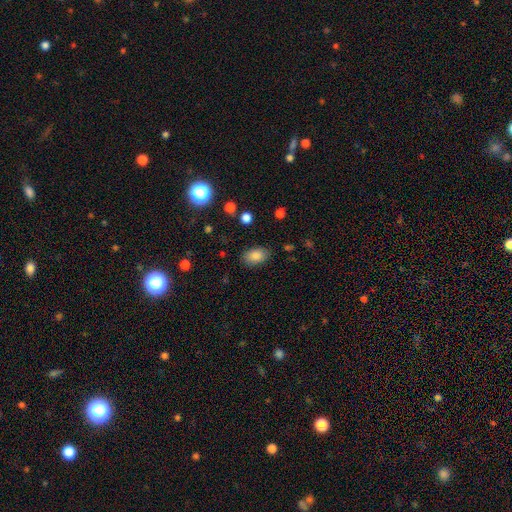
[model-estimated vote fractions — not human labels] Morphology: type=smooth (84%); roundness=in between (88%); merging=none (84%).